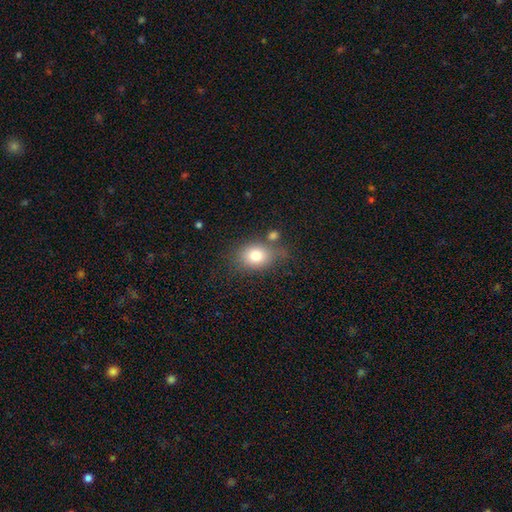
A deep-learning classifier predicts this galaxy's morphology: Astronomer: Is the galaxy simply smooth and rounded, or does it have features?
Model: smooth — 78%.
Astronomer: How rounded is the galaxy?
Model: in between — 56% (runner-up: round, 43%).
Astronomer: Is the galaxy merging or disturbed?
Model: none — 61%.